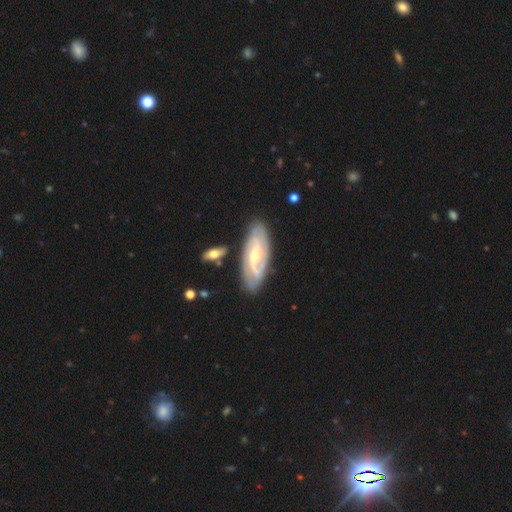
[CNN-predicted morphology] This appears to be a featured or disk galaxy (84%) with a weak bar (44%), 2 (65%) tight (54%) spiral arms (94%) and a moderate central bulge (53%). Merging: none (82%).